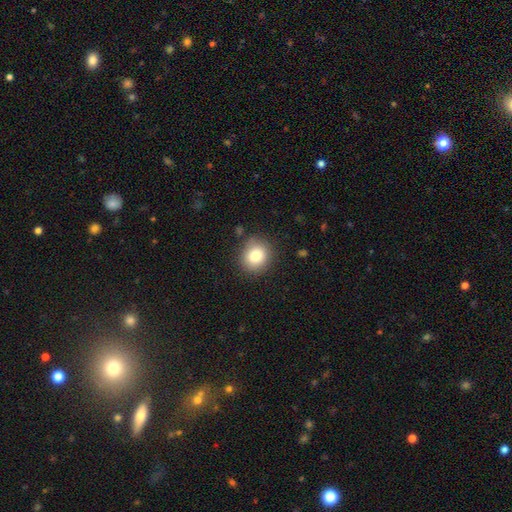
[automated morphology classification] smooth 82%, star or artifact 10%, featured or disk 8%. Down the decision tree: how rounded — round (78%); merging — none (85%).